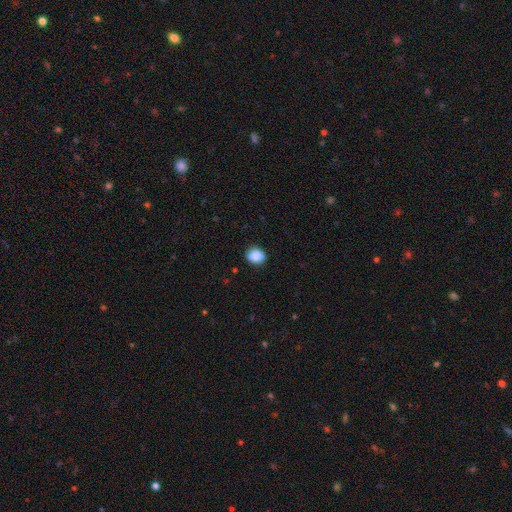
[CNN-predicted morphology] Smooth or featured? smooth (87%)
How rounded? round (64%)
Merging? none (87%)